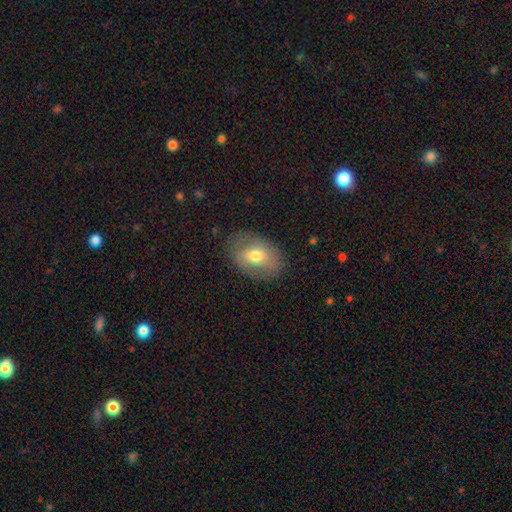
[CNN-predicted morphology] smooth 63%, featured or disk 29%, star or artifact 8%. Down the decision tree: how rounded — in between (79%); merging — none (77%).